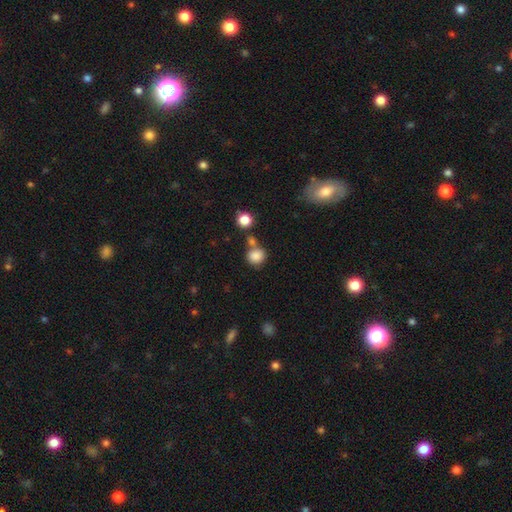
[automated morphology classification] Overall: smooth (85%). How rounded: round (83%). Merging: none (62%; merger 22%).